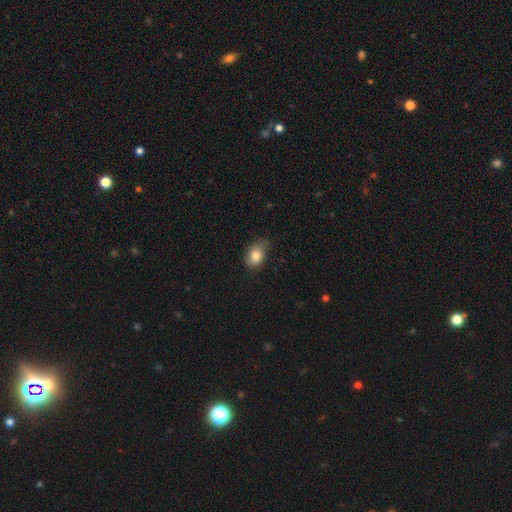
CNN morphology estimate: This appears to be a smooth galaxy with no disk features (82%) that is in between round and cigar-shaped (71%). Merging: none (63%).